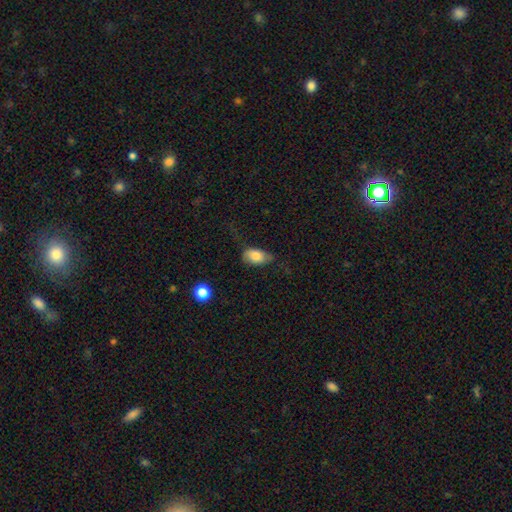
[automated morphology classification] A smooth galaxy with no disk features (81%) that is in between round and cigar-shaped (88%).

Vote fractions:
- Smooth or featured? smooth: 81% / featured or disk: 11% / star or artifact: 8%
- How rounded? in between: 88% / round: 10% / cigar-shaped: 2%
- Merging? none: 55% / minor disturbance: 30% / major disturbance: 13% / merger: 2%